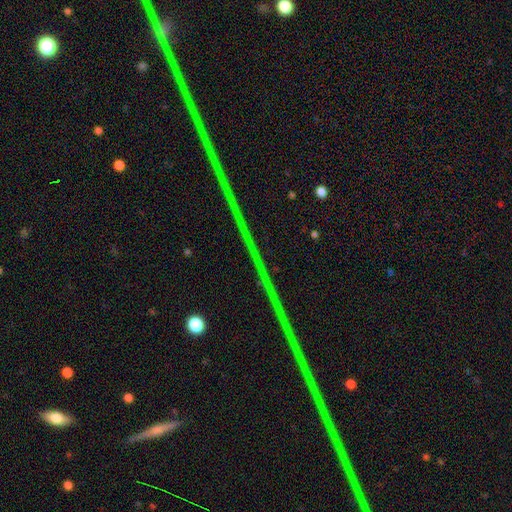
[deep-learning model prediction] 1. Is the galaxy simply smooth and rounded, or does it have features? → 78% star or artifact, 14% featured or disk, 8% smooth.